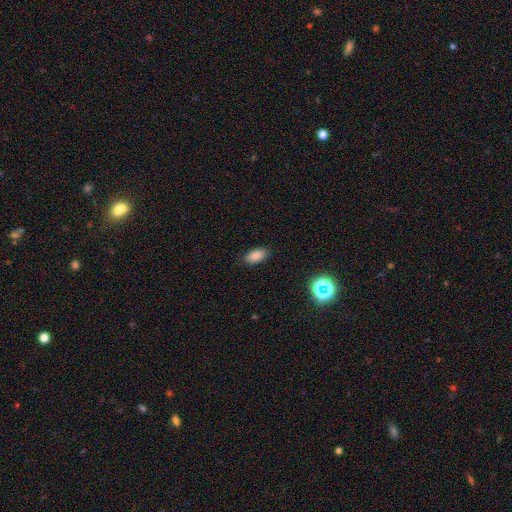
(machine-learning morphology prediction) A smooth galaxy with no disk features (84%) that is in between round and cigar-shaped (92%). Merging: none (87%).